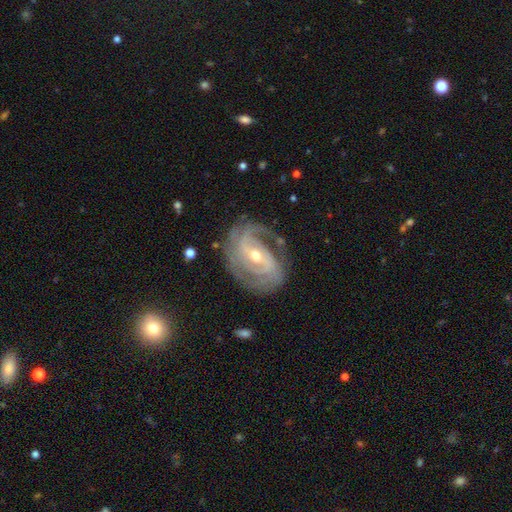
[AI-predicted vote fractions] smooth-or-featured: featured or disk: 91% | star or artifact: 5% | smooth: 5%
  disk-edge-on: no: 97% | yes: 3%
    bar: weak: 45% | strong: 30% | no: 25%
    has-spiral-arms: yes: 97% | no: 3%
      spiral-winding: tight: 59% | medium: 34% | loose: 8%
      spiral-arm-count: 2: 37% | 3: 26% | can't tell: 18% | 4: 8% | 1: 6% | more than 4: 5%
    bulge-size: moderate: 51% | small: 46% | large: 2% | none: 1% | dominant: 1%
  merging: none: 71% | minor disturbance: 18% | major disturbance: 9% | merger: 2%